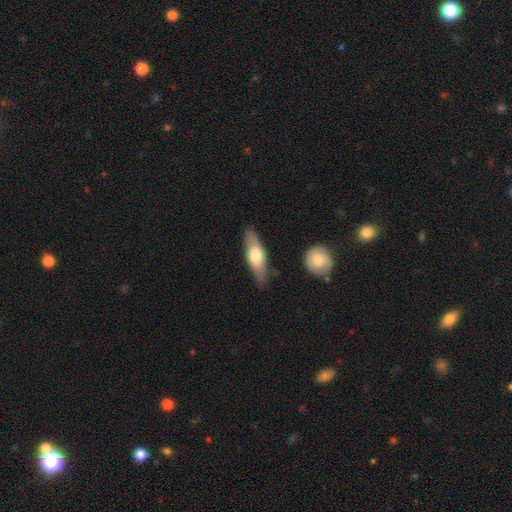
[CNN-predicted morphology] smooth_or_featured: smooth (p=0.58) [alt: featured or disk p=0.37]
how_rounded: in between (p=0.49) [alt: cigar-shaped p=0.48]
merging: none (p=0.80) [alt: minor disturbance p=0.14]